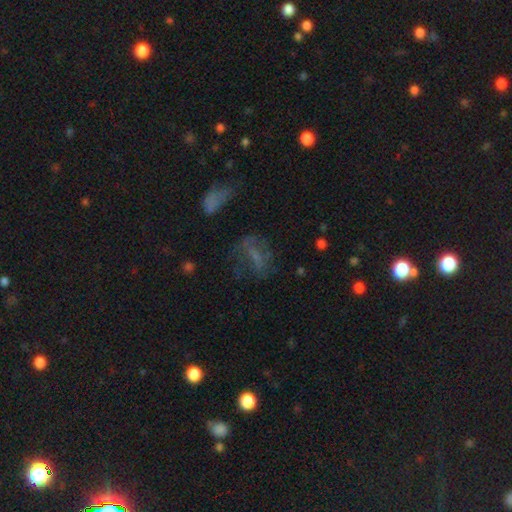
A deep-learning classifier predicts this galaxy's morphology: smooth 41%, featured or disk 37%, star or artifact 22%. Down the decision tree: merging — none (48%).